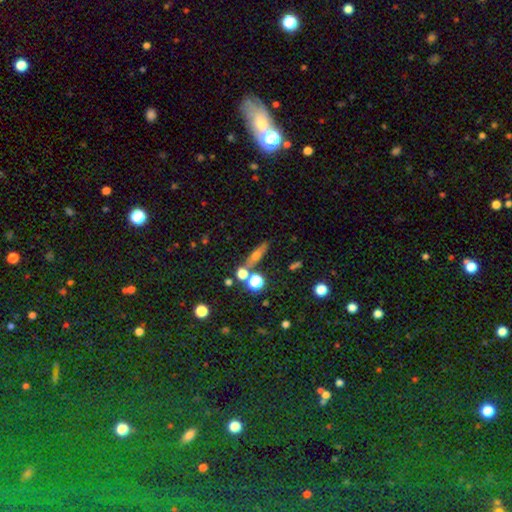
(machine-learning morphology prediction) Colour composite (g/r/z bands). It shows a smooth galaxy with no disk features (45%). Merging: none (70%).